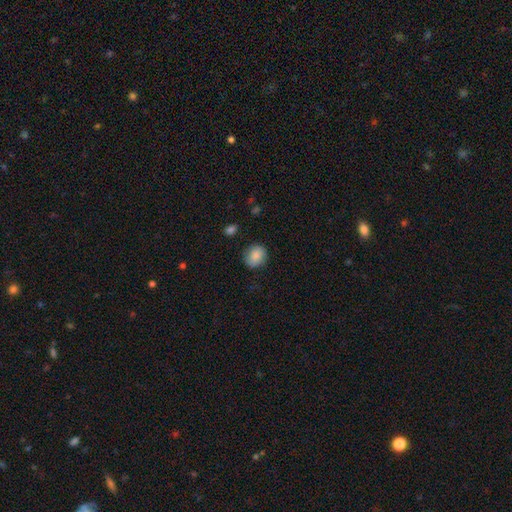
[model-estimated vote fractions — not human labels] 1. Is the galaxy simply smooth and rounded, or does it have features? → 84% smooth, 8% featured or disk, 8% star or artifact.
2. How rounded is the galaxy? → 71% round, 28% in between, 1% cigar-shaped.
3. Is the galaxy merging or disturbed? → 80% none, 15% minor disturbance, 4% major disturbance, 1% merger.